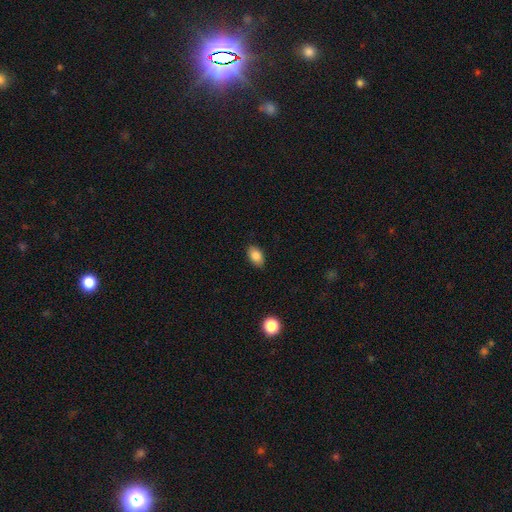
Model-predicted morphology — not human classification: Smooth or featured: smooth — 84% (star or artifact — 9%)
How rounded: in between — 88% (round — 10%)
Merging: none — 87% (minor disturbance — 10%)